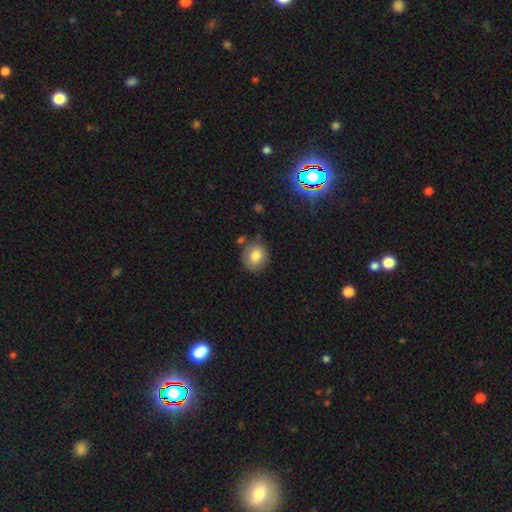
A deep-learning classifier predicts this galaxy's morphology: smooth 80%, featured or disk 10%, star or artifact 9%. Down the decision tree: how rounded — round (70%); merging — none (76%).